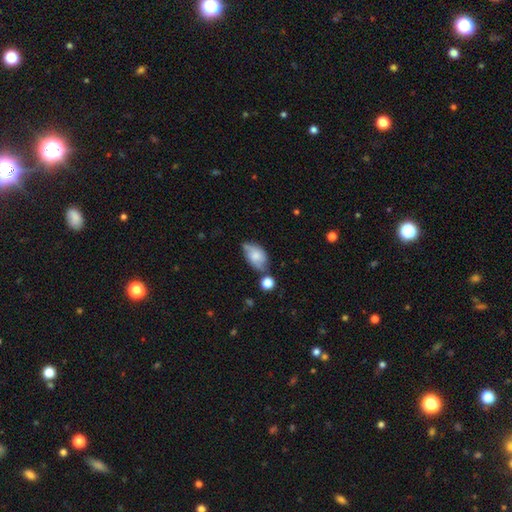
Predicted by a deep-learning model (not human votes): The model was most divided on "merging": none: 45%, minor disturbance: 33%, merger: 12%, major disturbance: 10%. More confident: how rounded — in between (89%); smooth or featured — smooth (65%).